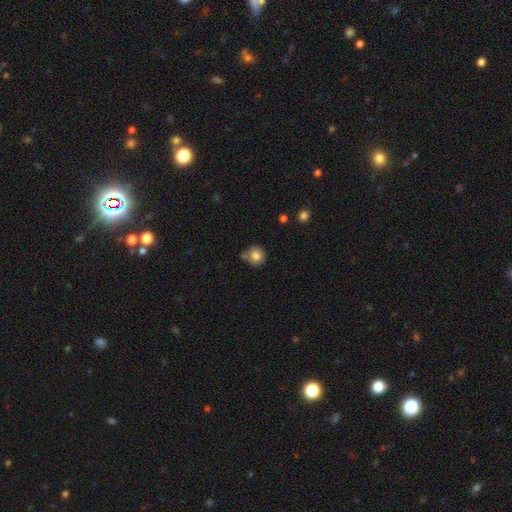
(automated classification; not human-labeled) This is clearly a smooth galaxy (81%). How rounded: clearly round (91%). Merging: likely none (67%).